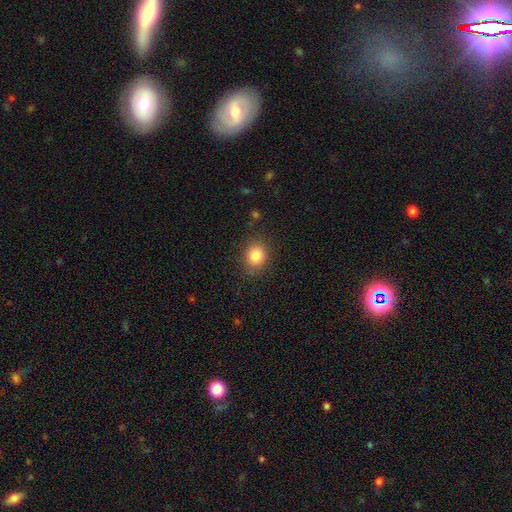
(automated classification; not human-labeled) smooth-or-featured: smooth: 83% | star or artifact: 10% | featured or disk: 7%
  how-rounded: round: 58% | in between: 41% | cigar-shaped: 1%
  merging: none: 82% | minor disturbance: 13% | major disturbance: 4% | merger: 1%